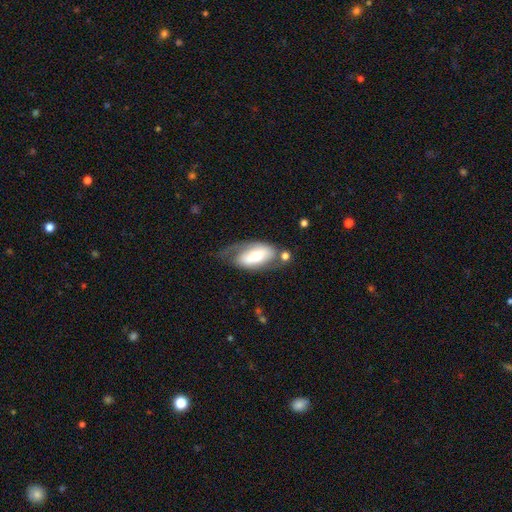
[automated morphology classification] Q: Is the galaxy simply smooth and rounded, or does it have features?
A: featured or disk — 49%.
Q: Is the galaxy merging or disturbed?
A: none — 43%.